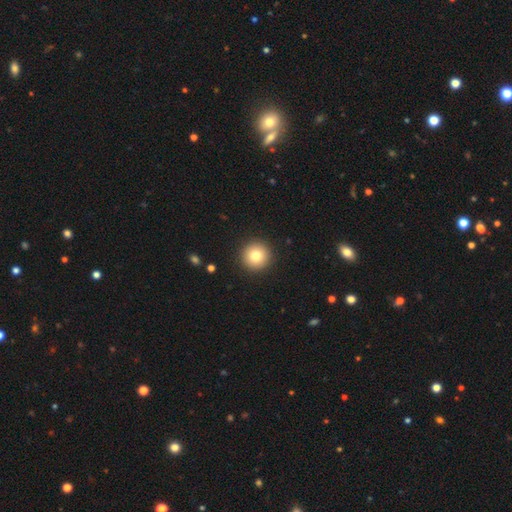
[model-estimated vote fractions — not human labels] Q: Smooth or featured?
A: smooth (79%); runner-up: star or artifact (10%)
Q: How rounded?
A: round (96%); runner-up: in between (3%)
Q: Merging?
A: none (93%); runner-up: minor disturbance (5%)